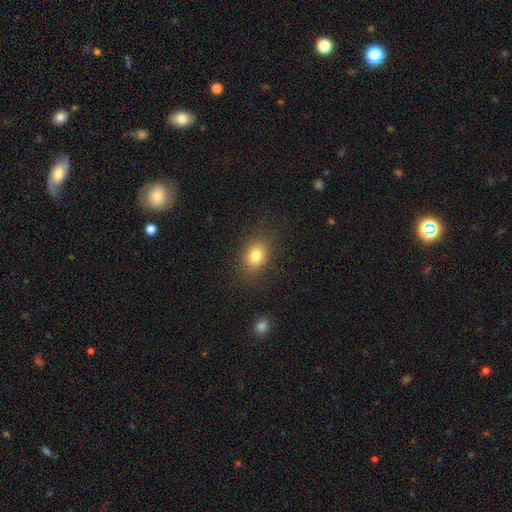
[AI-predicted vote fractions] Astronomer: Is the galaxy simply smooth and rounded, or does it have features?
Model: smooth — 80%.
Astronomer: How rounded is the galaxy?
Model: in between — 59% (runner-up: round, 40%).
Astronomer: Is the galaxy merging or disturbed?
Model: none — 81%.